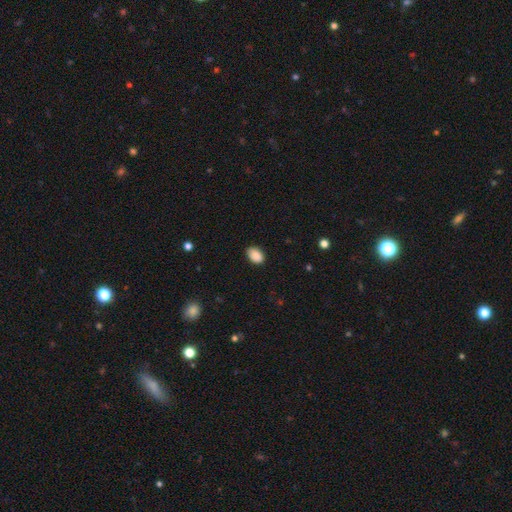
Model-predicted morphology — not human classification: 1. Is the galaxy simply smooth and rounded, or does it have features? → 89% smooth, 8% star or artifact, 3% featured or disk.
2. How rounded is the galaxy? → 86% in between, 13% round, 1% cigar-shaped.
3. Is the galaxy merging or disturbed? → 84% none, 13% minor disturbance, 2% major disturbance, 1% merger.